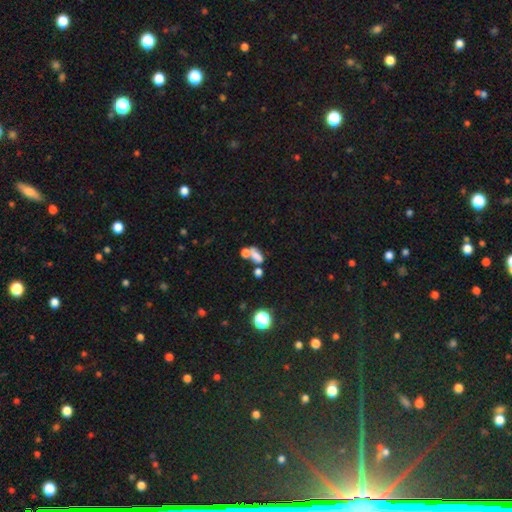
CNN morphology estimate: smooth-or-featured: smooth: 64% | featured or disk: 20% | star or artifact: 16%
  how-rounded: in between: 77% | round: 15% | cigar-shaped: 9%
  merging: merger: 55% | none: 26% | minor disturbance: 10% | major disturbance: 9%